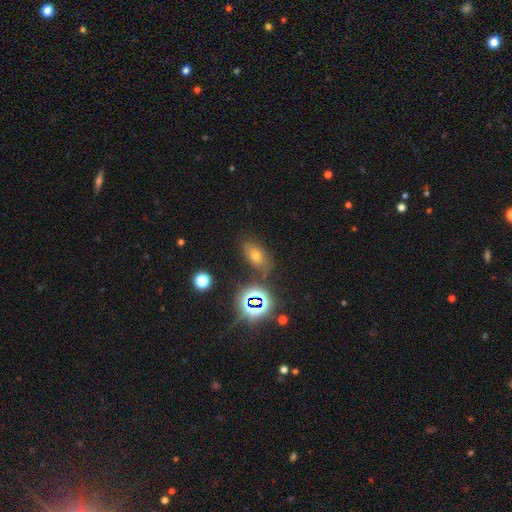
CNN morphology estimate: smooth-or-featured: smooth: 53% | star or artifact: 30% | featured or disk: 16%
  how-rounded: in between: 81% | round: 13% | cigar-shaped: 6%
  merging: none: 79% | minor disturbance: 12% | merger: 5% | major disturbance: 4%